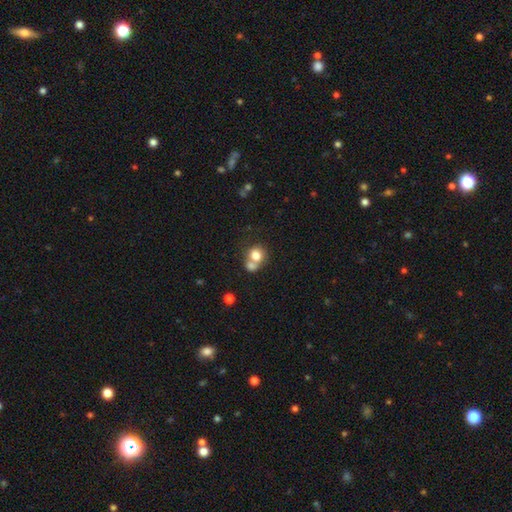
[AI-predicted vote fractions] This appears to be a smooth galaxy with no disk features (76%) that is round (76%). Merging: merger (55%).